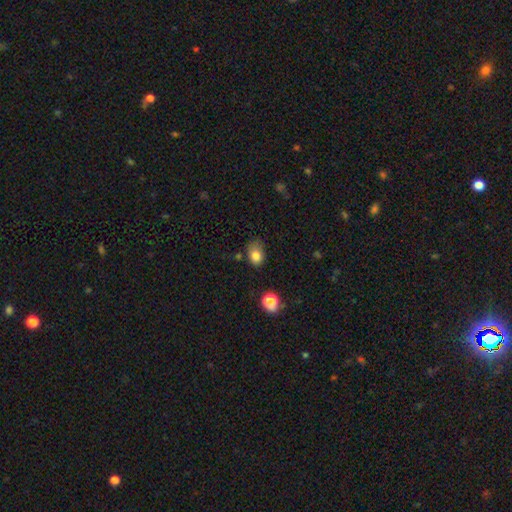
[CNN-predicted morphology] smooth_or_featured: smooth (p=0.81) [alt: star or artifact p=0.11]
how_rounded: in between (p=0.68) [alt: round p=0.31]
merging: none (p=0.54) [alt: minor disturbance p=0.32]